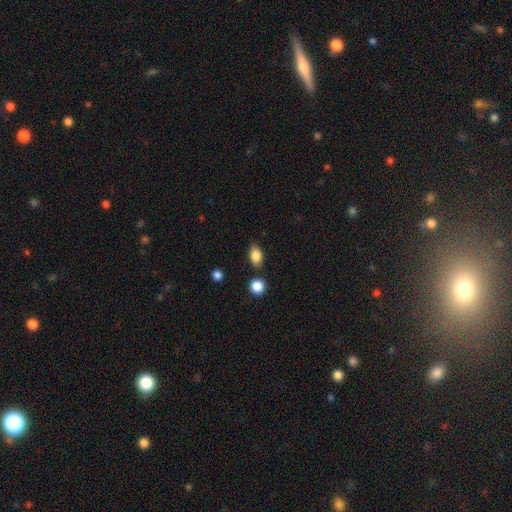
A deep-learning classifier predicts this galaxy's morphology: Q: Smooth or featured?
A: smooth (85%); runner-up: star or artifact (8%)
Q: How rounded?
A: in between (85%); runner-up: round (13%)
Q: Merging?
A: none (80%); runner-up: minor disturbance (12%)